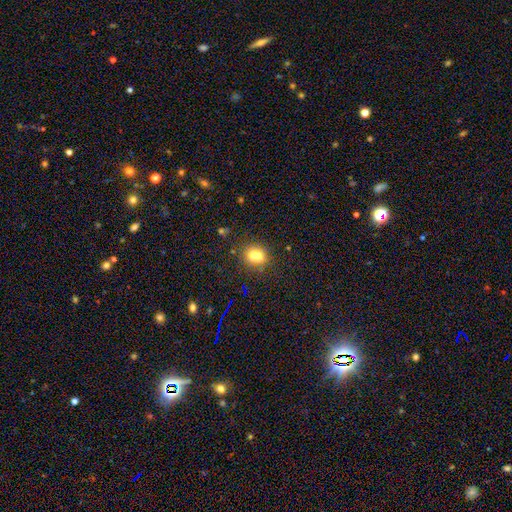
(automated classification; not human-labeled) This appears to be a smooth galaxy with no disk features (74%) that is in between round and cigar-shaped (55%). Merging: none (67%).